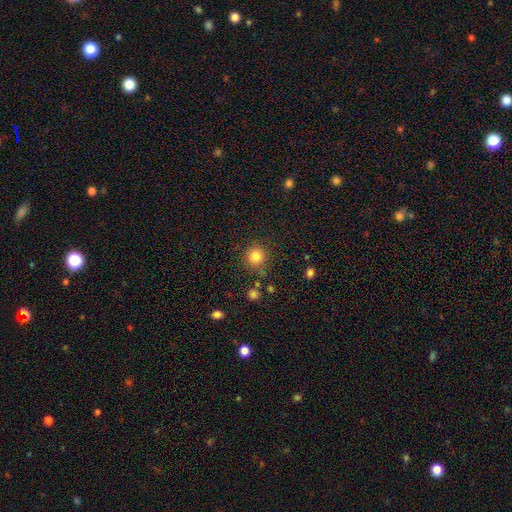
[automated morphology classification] Q: Smooth or featured?
A: smooth (83%); runner-up: star or artifact (12%)
Q: How rounded?
A: round (92%); runner-up: in between (7%)
Q: Merging?
A: none (83%); runner-up: minor disturbance (9%)